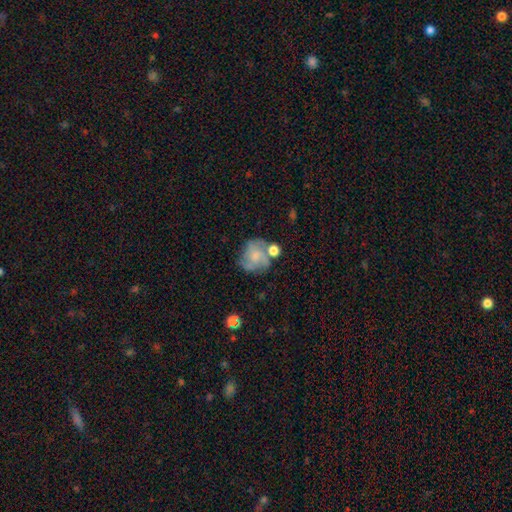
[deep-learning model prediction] This appears to be a featured or disk galaxy (52%) with no bar (78%), spiral arms (72%) and a small central bulge (43%). Merging: none (49%).